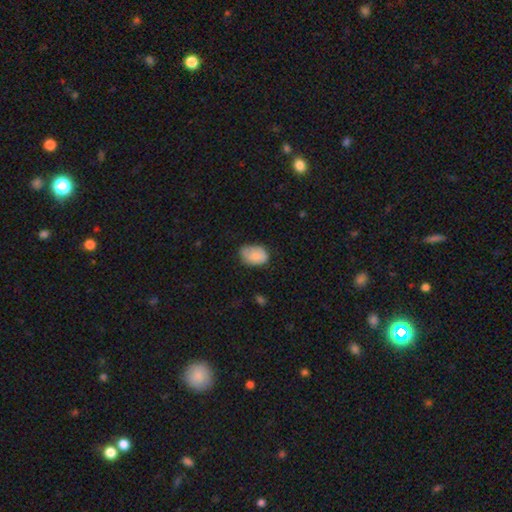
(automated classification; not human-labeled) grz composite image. It shows a smooth galaxy with no disk features (77%) that is in between round and cigar-shaped (83%). Merging: none (62%).